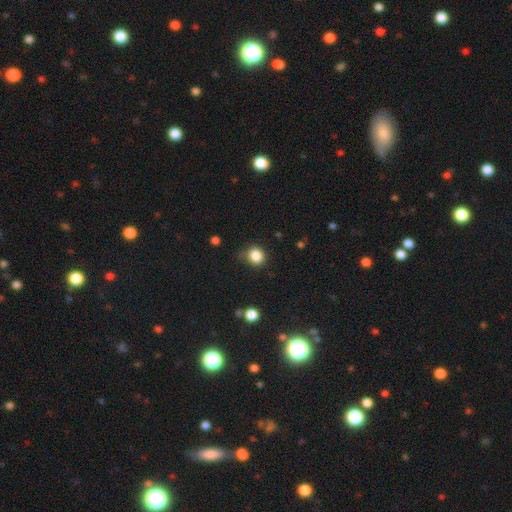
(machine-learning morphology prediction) A smooth galaxy with no disk features (84%) that is round (82%). Merging: none (74%).